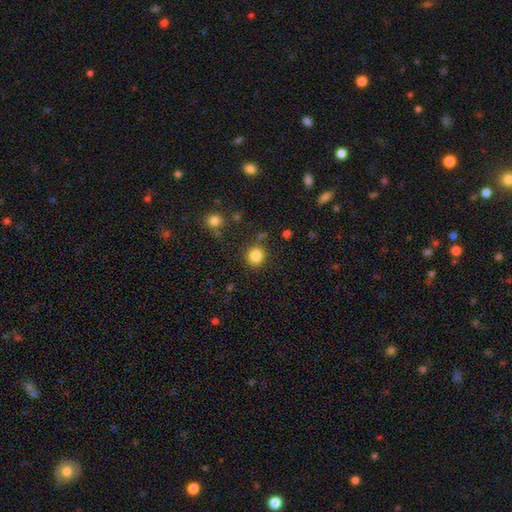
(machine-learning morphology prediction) Smooth or featured? smooth (85%)
How rounded? round (86%)
Merging? none (85%)